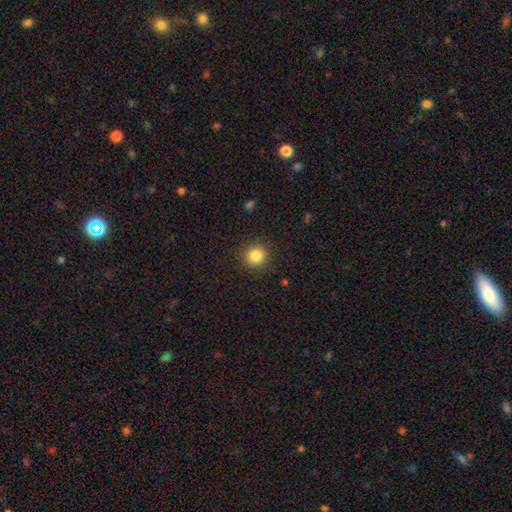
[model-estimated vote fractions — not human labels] Smooth or featured?
  - smooth: 84% *
  - star or artifact: 10%
  - featured or disk: 5%
How rounded?
  - round: 90% *
  - in between: 9%
  - cigar-shaped: 1%
Merging?
  - none: 90% *
  - minor disturbance: 7%
  - major disturbance: 3%
  - merger: 1%